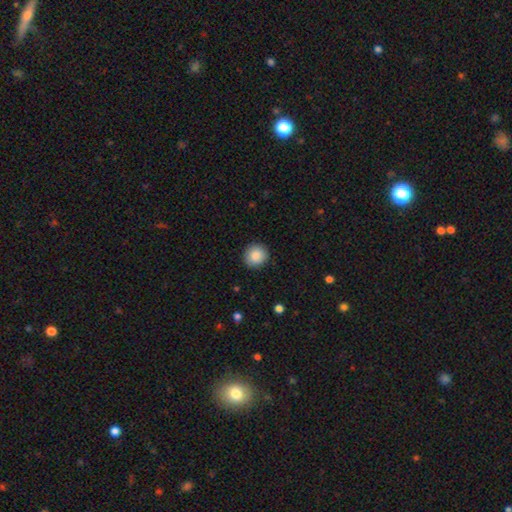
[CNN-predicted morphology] The model was most divided on "how rounded": round: 89%, in between: 10%, cigar-shaped: 1%. More confident: merging — none (91%); smooth or featured — smooth (89%).